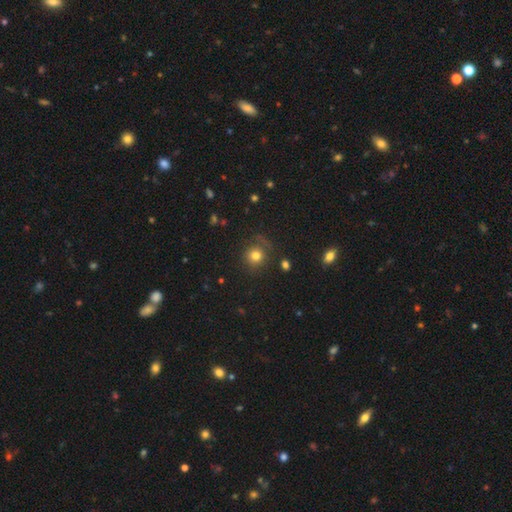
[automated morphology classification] This is likely a smooth galaxy (77%). How rounded: clearly round (90%). Merging: likely none (78%).